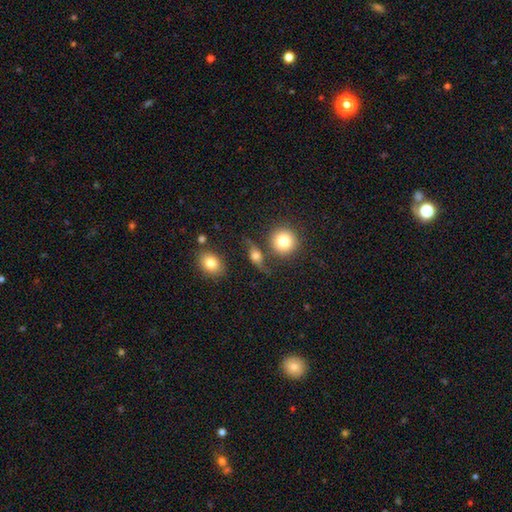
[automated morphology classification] Smooth or featured? Predicted: smooth (p=0.57). How rounded? Predicted: in between (p=0.47). Merging? Predicted: none (p=0.56).